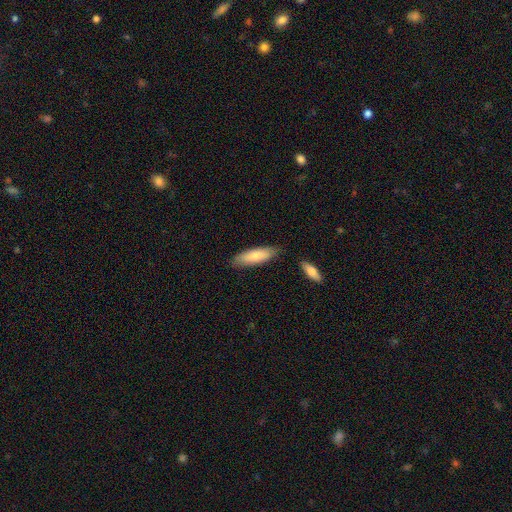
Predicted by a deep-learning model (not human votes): Smooth or featured? Predicted: smooth (p=0.78). How rounded? Predicted: cigar-shaped (p=0.52). Merging? Predicted: none (p=0.81).